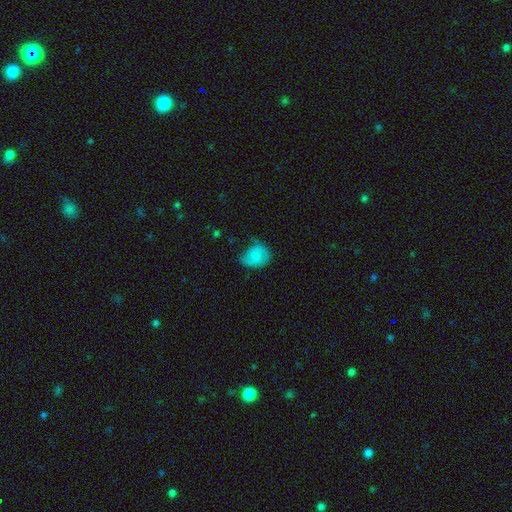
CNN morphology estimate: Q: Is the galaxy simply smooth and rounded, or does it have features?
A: smooth — 79%.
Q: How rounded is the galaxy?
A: in between — 50%.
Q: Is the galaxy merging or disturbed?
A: minor disturbance — 43%.